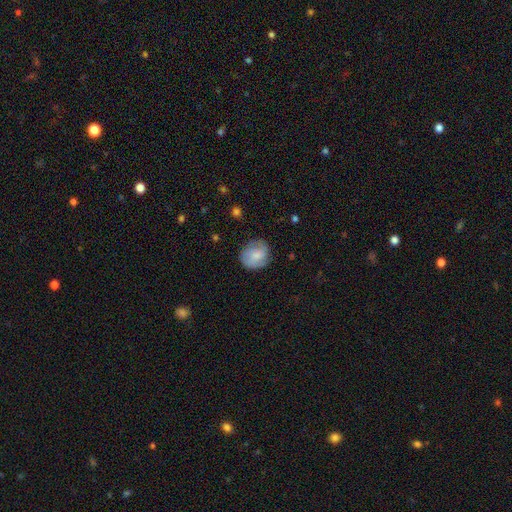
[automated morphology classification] smooth 67%, featured or disk 26%, star or artifact 7%. Down the decision tree: how rounded — round (67%); merging — none (71%).